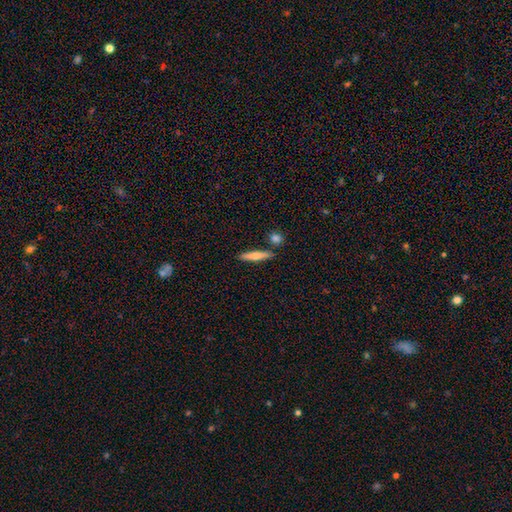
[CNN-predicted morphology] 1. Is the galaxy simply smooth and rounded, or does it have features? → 68% smooth, 27% featured or disk, 6% star or artifact.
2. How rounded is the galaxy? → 88% cigar-shaped, 10% in between, 2% round.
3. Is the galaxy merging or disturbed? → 82% none, 9% minor disturbance, 7% merger, 2% major disturbance.